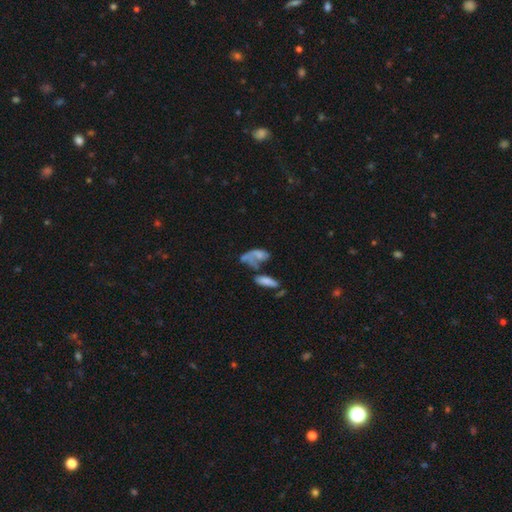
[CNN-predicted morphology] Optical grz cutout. It shows a smooth galaxy with no disk features (48%). Merging: merger (40%).